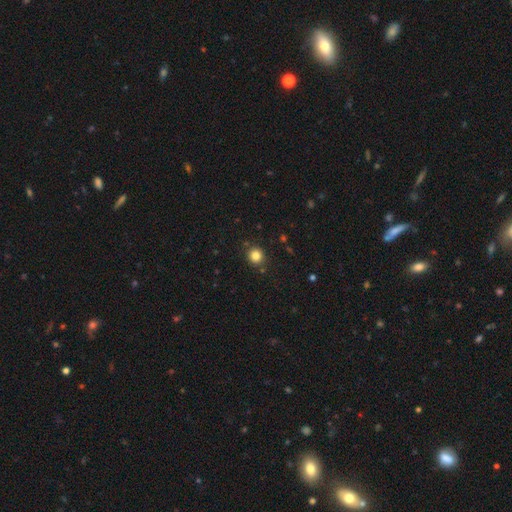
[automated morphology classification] A smooth galaxy with no disk features (83%) that is round (90%).

Vote fractions:
- Smooth or featured? smooth: 83% / star or artifact: 12% / featured or disk: 5%
- How rounded? round: 90% / in between: 9% / cigar-shaped: 1%
- Merging? none: 88% / minor disturbance: 7% / merger: 3% / major disturbance: 2%